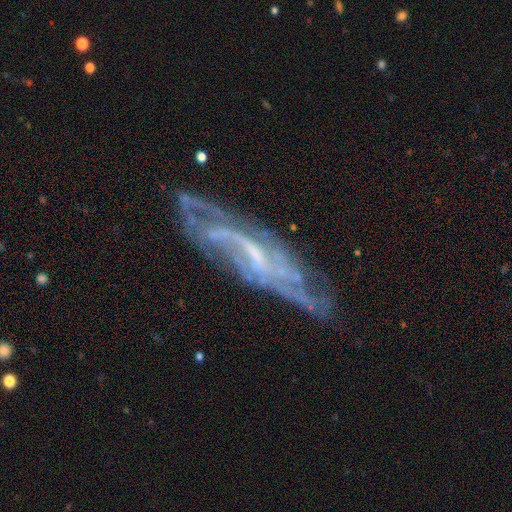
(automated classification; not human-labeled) Morphology: type=featured or disk (84%); edge-on=no (77%); bar=weak (49%); spiral arms=yes (92%); winding=medium (43%); arm count=can't tell (34%); bulge=small (56%); merging=none (69%).